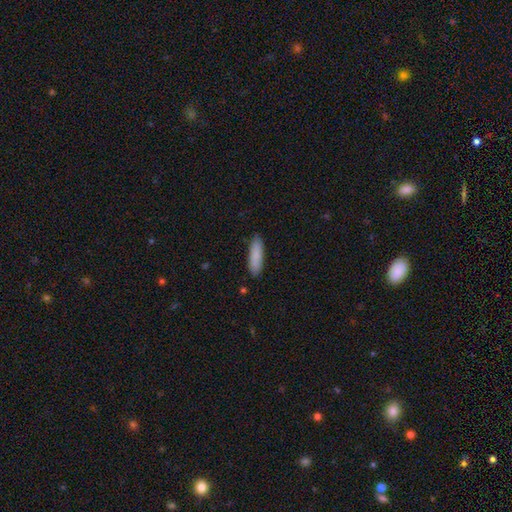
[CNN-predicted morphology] Smooth or featured?
  - smooth: 87% *
  - featured or disk: 7%
  - star or artifact: 6%
How rounded?
  - cigar-shaped: 61% *
  - in between: 38%
  - round: 1%
Merging?
  - none: 86% *
  - minor disturbance: 11%
  - major disturbance: 2%
  - merger: 1%